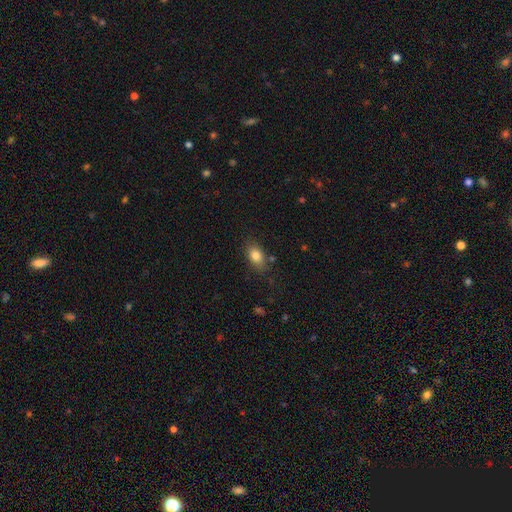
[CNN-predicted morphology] smooth-or-featured: smooth: 82% | star or artifact: 9% | featured or disk: 9%
  how-rounded: in between: 84% | round: 14% | cigar-shaped: 3%
  merging: none: 79% | minor disturbance: 14% | major disturbance: 4% | merger: 3%